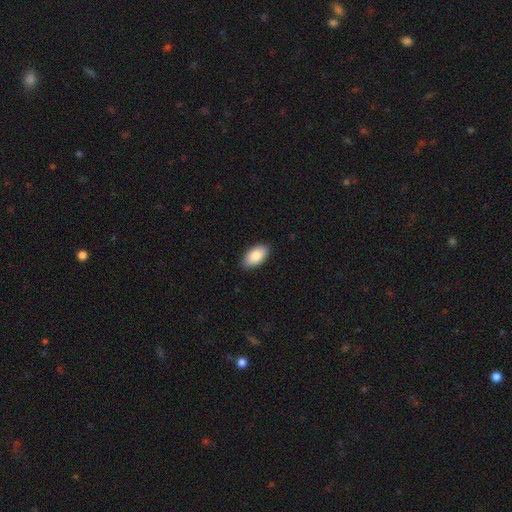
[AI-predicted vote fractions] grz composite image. It shows a smooth galaxy with no disk features (87%) that is in between round and cigar-shaped (95%). Merging: none (88%).